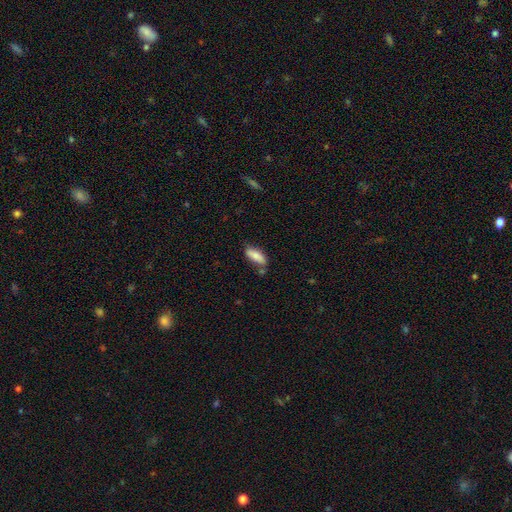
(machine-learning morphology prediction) Overall: smooth (80%). How rounded: in between (69%). Merging: none (68%).